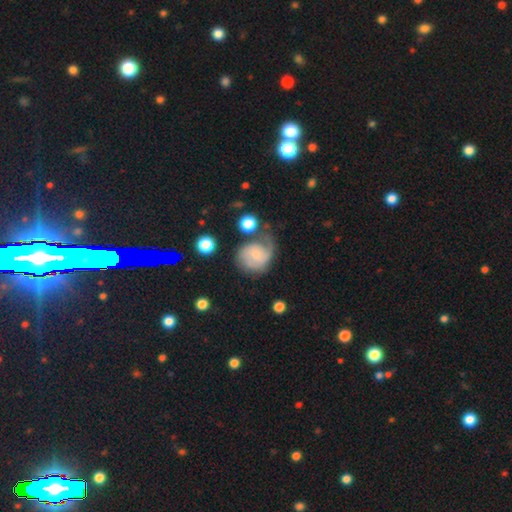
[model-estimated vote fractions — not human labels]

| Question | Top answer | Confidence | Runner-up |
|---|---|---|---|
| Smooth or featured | featured or disk | 60% | smooth (32%) |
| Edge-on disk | no | 98% | yes (2%) |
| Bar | no | 67% | weak (29%) |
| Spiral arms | yes | 87% | no (13%) |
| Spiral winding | medium | 42% | tight (33%) |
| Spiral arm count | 2 | 44% | 1 (29%) |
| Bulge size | small | 65% | moderate (23%) |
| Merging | none | 41% | minor disturbance (27%) |